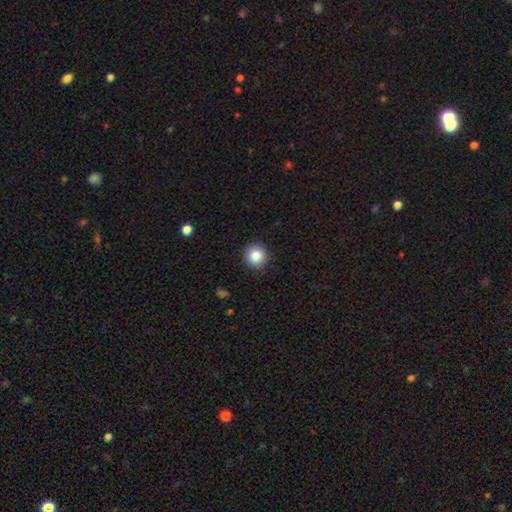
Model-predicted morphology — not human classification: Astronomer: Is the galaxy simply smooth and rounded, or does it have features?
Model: smooth — 87%.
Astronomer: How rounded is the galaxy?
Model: round — 94%.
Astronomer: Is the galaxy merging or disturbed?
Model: none — 91%.